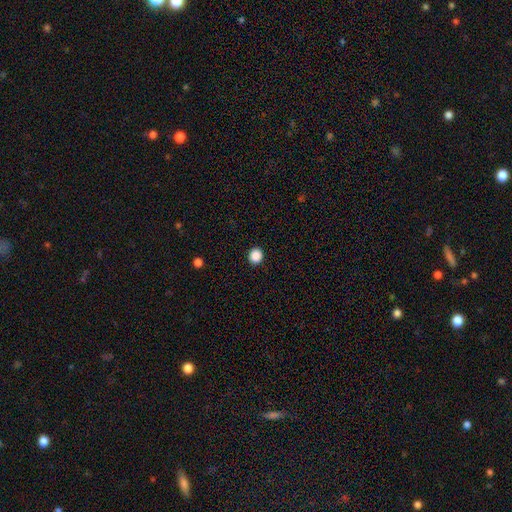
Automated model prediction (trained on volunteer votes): Smooth or featured: smooth — 88% (star or artifact — 10%)
How rounded: round — 90% (in between — 9%)
Merging: none — 94% (minor disturbance — 4%)